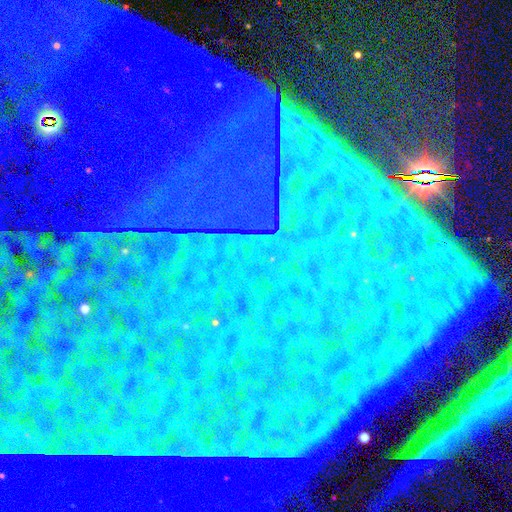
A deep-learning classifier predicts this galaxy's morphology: Q: Smooth or featured?
A: star or artifact (86%); runner-up: smooth (7%)